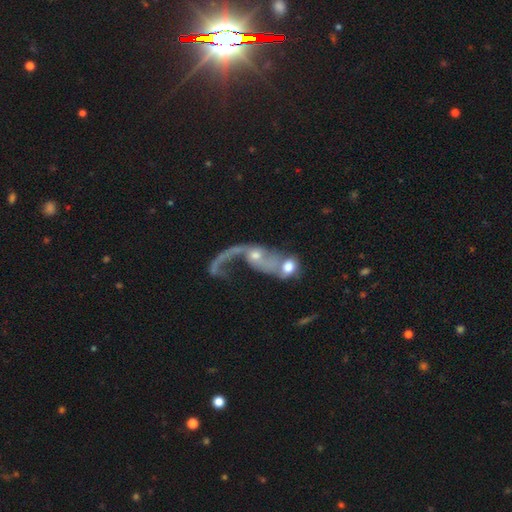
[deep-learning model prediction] The model was most divided on "spiral arm count": 1: 46%, 2: 45%, can't tell: 5%, 3: 1%, 4: 1%, more than 4: 1%. Remaining: edge-on disk — no (94%); spiral winding — loose (89%); spiral arms — yes (74%); smooth or featured — featured or disk (72%); bar — no (69%); merging — merger (61%); bulge size — moderate (43%).